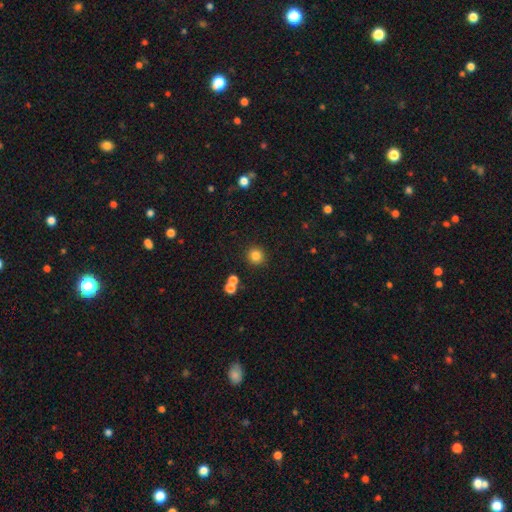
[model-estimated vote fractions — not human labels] Smooth or featured?
  - smooth: 82% *
  - star or artifact: 12%
  - featured or disk: 5%
How rounded?
  - round: 93% *
  - in between: 6%
  - cigar-shaped: 1%
Merging?
  - none: 88% *
  - minor disturbance: 6%
  - merger: 4%
  - major disturbance: 2%